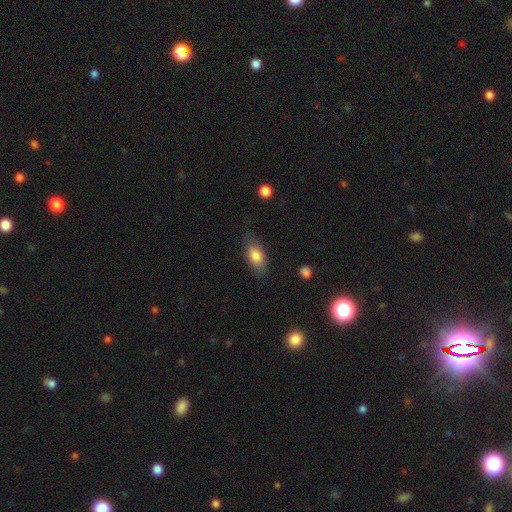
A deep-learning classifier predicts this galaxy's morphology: smooth 79%, featured or disk 14%, star or artifact 7%. Down the decision tree: how rounded — in between (86%); merging — none (77%).